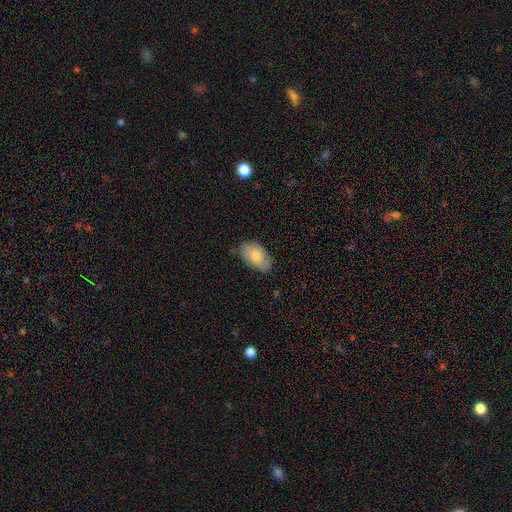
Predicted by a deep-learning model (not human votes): This appears to be a smooth galaxy with no disk features (69%) that is in between round and cigar-shaped (92%). Merging: none (75%).